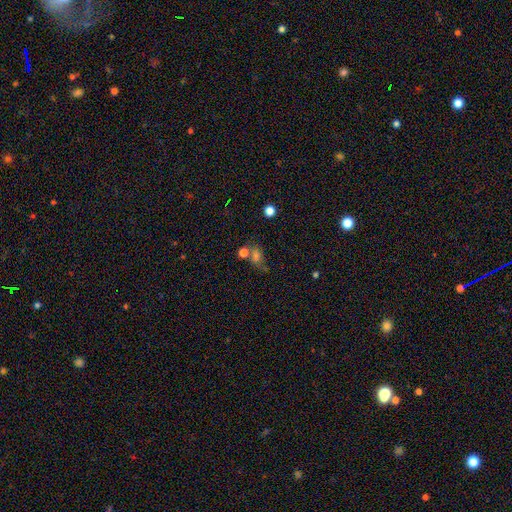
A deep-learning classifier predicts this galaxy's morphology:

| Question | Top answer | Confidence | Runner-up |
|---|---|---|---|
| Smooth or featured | smooth | 56% | star or artifact (27%) |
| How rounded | in between | 61% | round (35%) |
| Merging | none | 42% | merger (26%) |